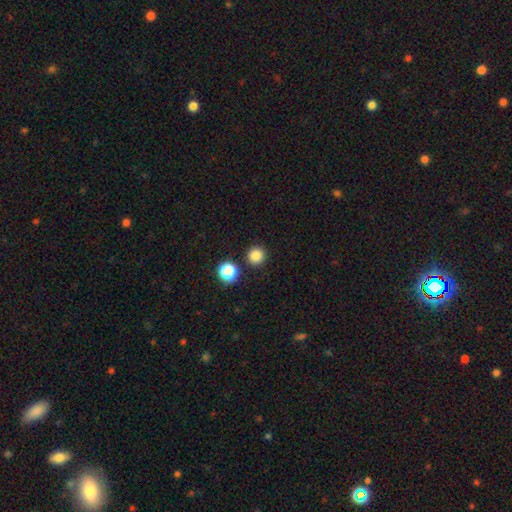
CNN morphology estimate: Smooth or featured?
  - smooth: 83% *
  - star or artifact: 13%
  - featured or disk: 4%
How rounded?
  - round: 95% *
  - in between: 4%
  - cigar-shaped: 1%
Merging?
  - none: 88% *
  - minor disturbance: 5%
  - merger: 4%
  - major disturbance: 2%